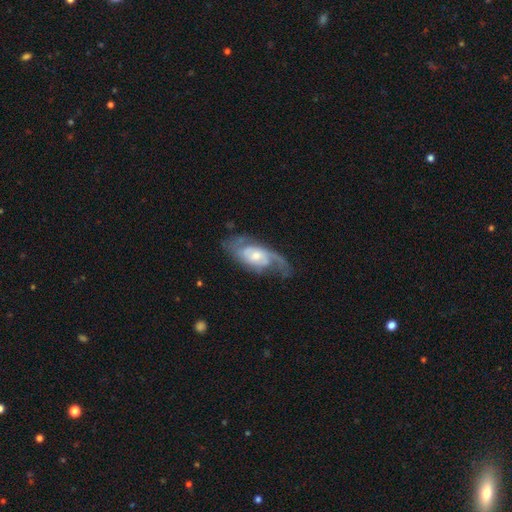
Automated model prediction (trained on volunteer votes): featured or disk 82%, smooth 13%, star or artifact 5%. Down the decision tree: edge-on disk — no (93%); bar — no (60%); spiral arms — yes (93%); spiral arm count — 2 (61%); spiral winding — medium (46%); bulge size — moderate (55%); merging — none (60%).